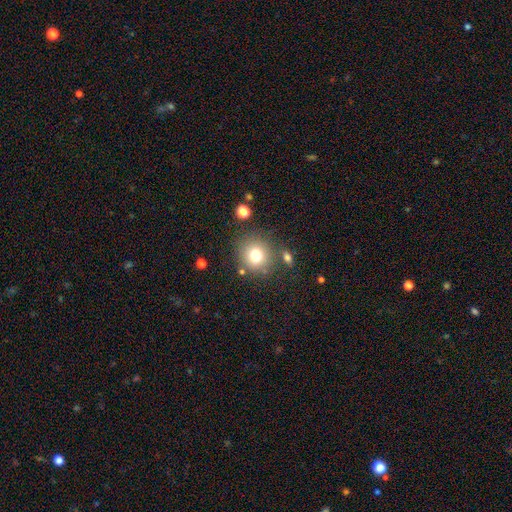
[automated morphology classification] Overall: smooth (76%). How rounded: round (88%). Merging: none (78%).